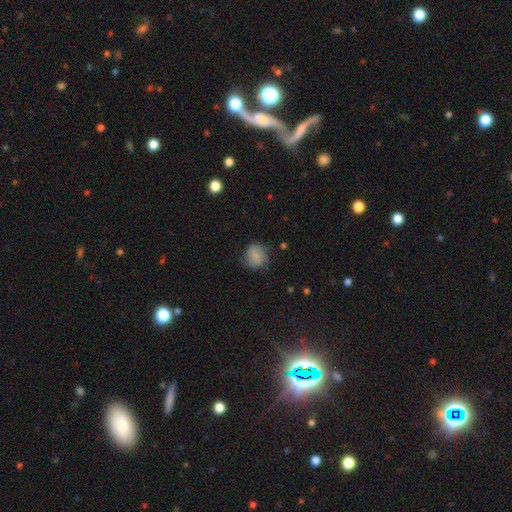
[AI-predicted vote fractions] Morphology: type=smooth (69%); roundness=round (77%); merging=none (66%).